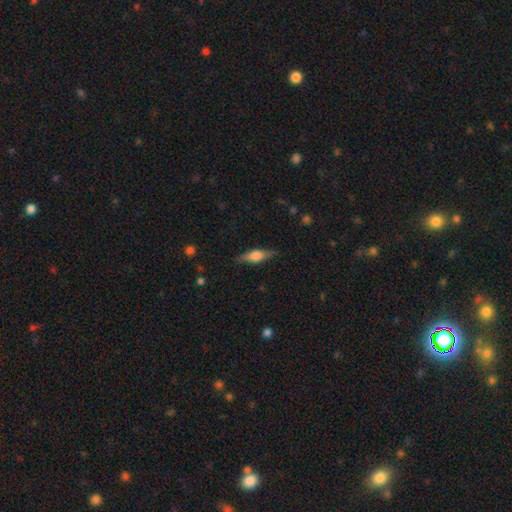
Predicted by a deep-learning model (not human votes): Morphology: type=featured or disk (54%); edge-on=yes (94%); edge-on bulge=rounded (81%); merging=none (83%).